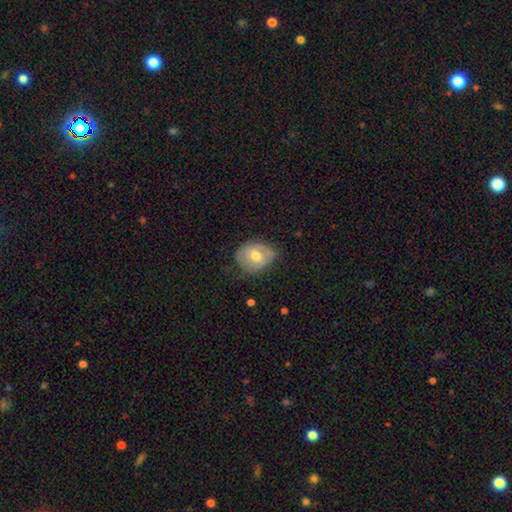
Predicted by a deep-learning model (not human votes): This appears to be a smooth galaxy with no disk features (59%) that is in between round and cigar-shaped (51%). Merging: none (60%).